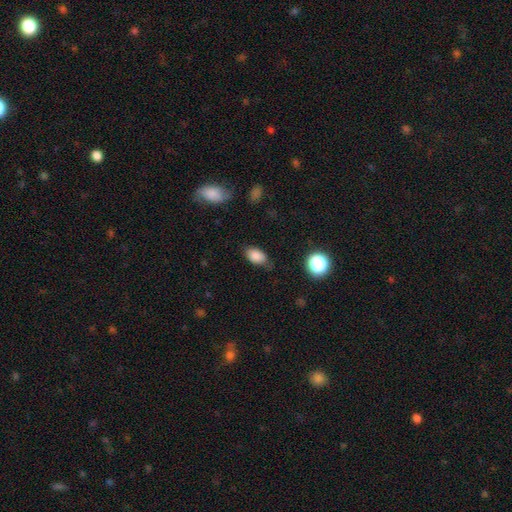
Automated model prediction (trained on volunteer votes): This is clearly a smooth galaxy (85%). How rounded: clearly in between (89%). Merging: likely none (73%).